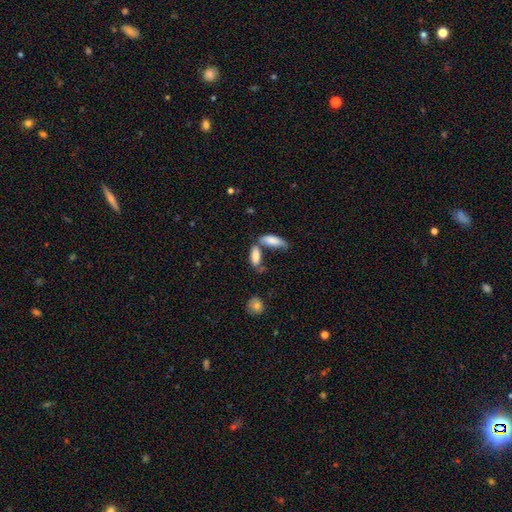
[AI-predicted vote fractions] A smooth galaxy with no disk features (81%) that is in between round and cigar-shaped (71%).

Vote fractions:
- Smooth or featured? smooth: 81% / featured or disk: 12% / star or artifact: 7%
- How rounded? in between: 71% / cigar-shaped: 27% / round: 2%
- Merging? none: 40% / merger: 38% / minor disturbance: 16% / major disturbance: 7%